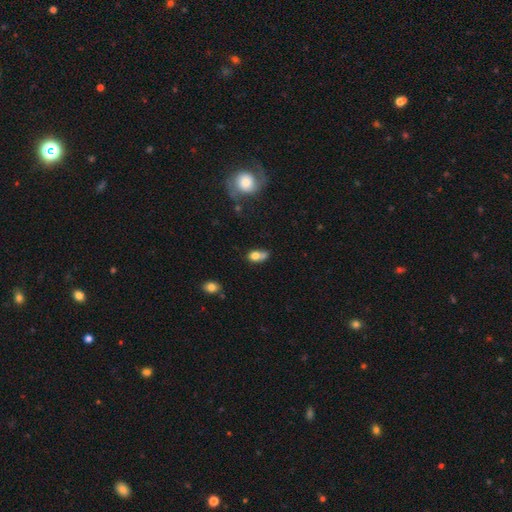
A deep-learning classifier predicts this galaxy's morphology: The model was most divided on "merging": merger: 34%, none: 32%, minor disturbance: 21%, major disturbance: 13%. More confident: smooth or featured — smooth (73%); how rounded — in between (66%).